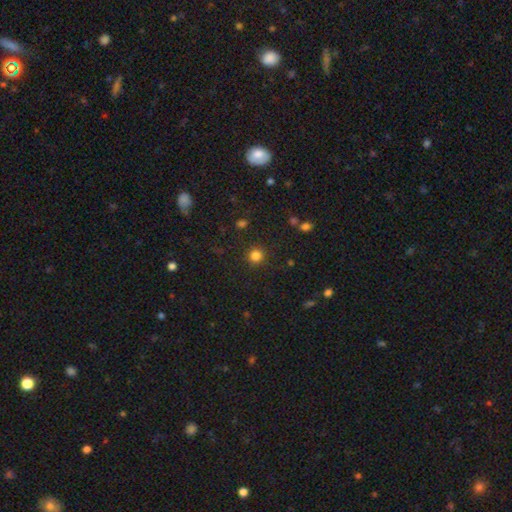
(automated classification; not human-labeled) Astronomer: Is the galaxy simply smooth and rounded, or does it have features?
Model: smooth — 82%.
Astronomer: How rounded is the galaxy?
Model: round — 94%.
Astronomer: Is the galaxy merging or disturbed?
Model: none — 90%.